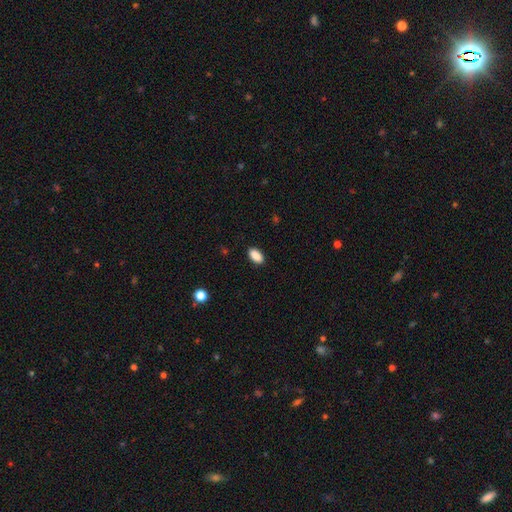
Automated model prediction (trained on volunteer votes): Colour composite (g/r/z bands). It shows a smooth galaxy with no disk features (89%) that is in between round and cigar-shaped (92%). Merging: none (89%).